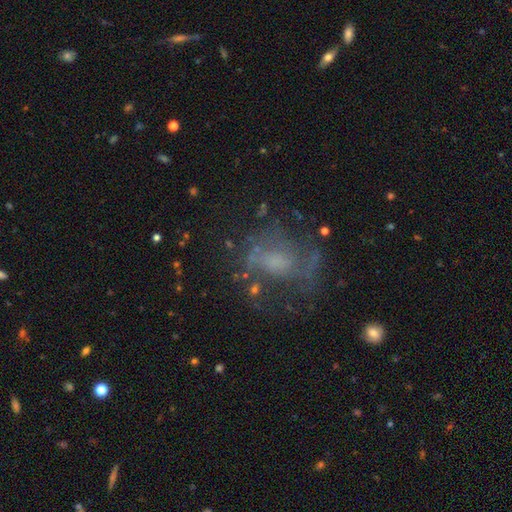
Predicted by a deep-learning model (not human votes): Overall: featured or disk (52%; star or artifact 27%). Edge-on disk: no (95%). Merging: none (62%).